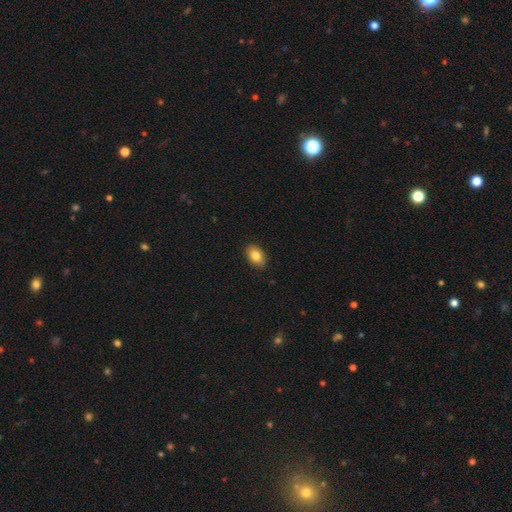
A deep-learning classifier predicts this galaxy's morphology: Smooth or featured: smooth — 82% (featured or disk — 10%)
How rounded: in between — 88% (round — 11%)
Merging: none — 87% (minor disturbance — 10%)